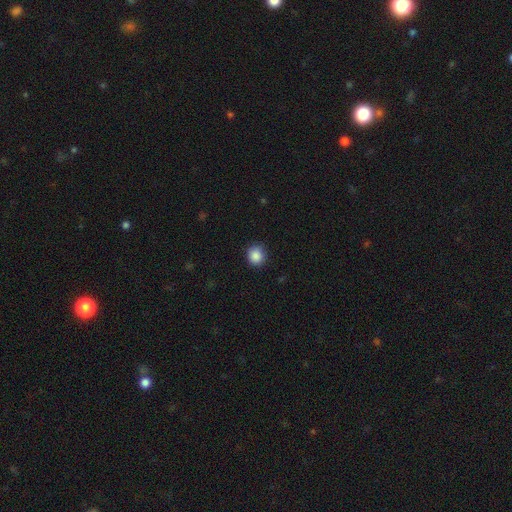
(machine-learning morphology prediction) type=smooth (88%); roundness=round (88%); merging=none (86%).